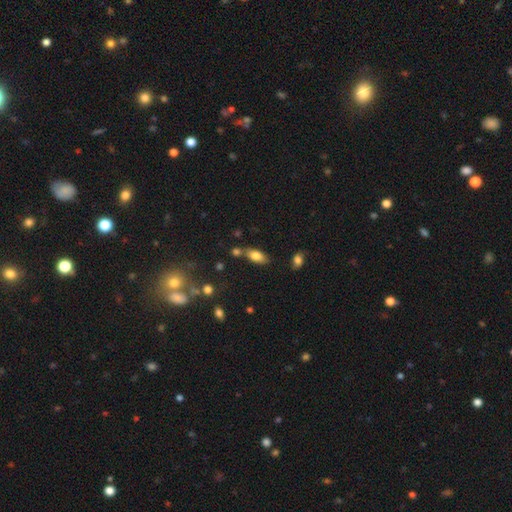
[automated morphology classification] Overall: smooth (77%). How rounded: in between (85%). Merging: none (65%).